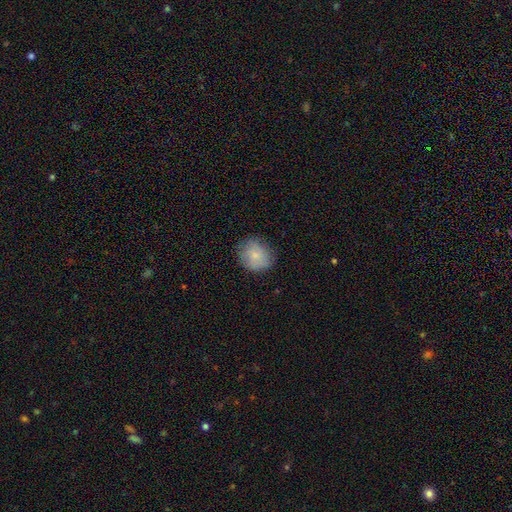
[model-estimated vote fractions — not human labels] This is likely a smooth galaxy (72%). How rounded: likely round (79%). Merging: likely none (78%).